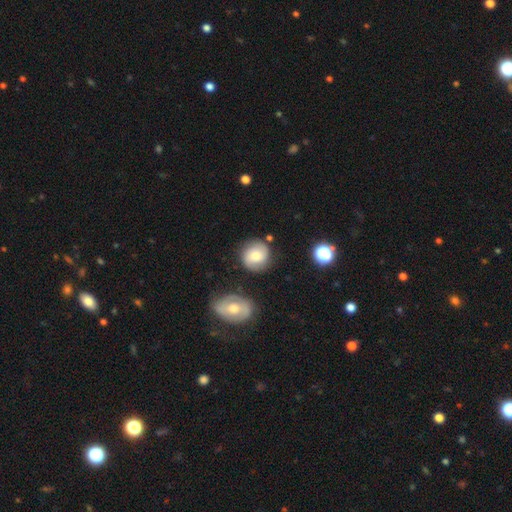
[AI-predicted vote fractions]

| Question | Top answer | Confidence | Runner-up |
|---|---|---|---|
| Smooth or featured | smooth | 61% | featured or disk (30%) |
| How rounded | round | 88% | in between (11%) |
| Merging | none | 77% | minor disturbance (13%) |